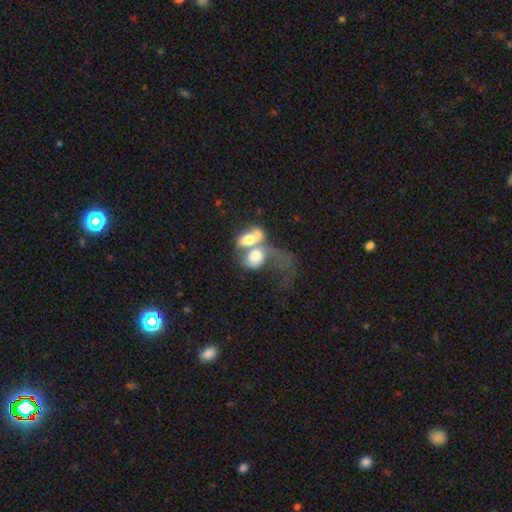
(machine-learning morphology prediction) This appears to be a smooth galaxy with no disk features (54%) that is in between round and cigar-shaped (68%). Merging: merger (74%).